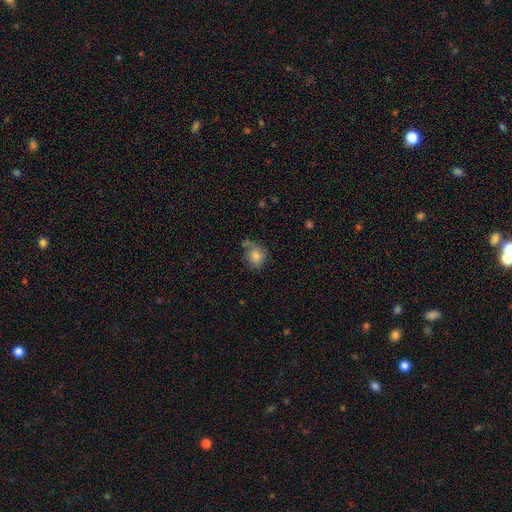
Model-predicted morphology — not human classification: A smooth galaxy with no disk features (79%) that is round (72%).

Vote fractions:
- Smooth or featured? smooth: 79% / featured or disk: 11% / star or artifact: 10%
- How rounded? round: 72% / in between: 27% / cigar-shaped: 1%
- Merging? none: 58% / minor disturbance: 23% / merger: 11% / major disturbance: 7%